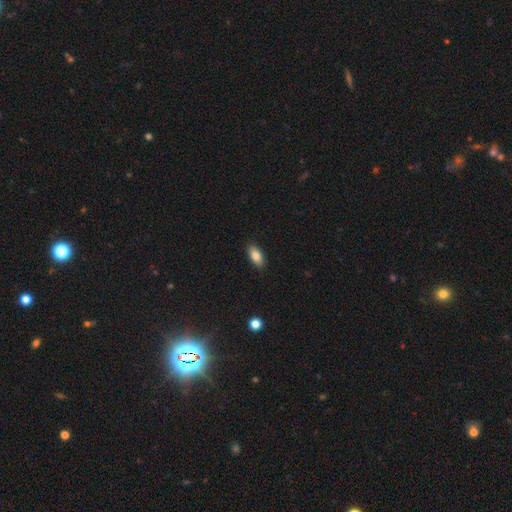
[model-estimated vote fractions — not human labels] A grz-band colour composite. It shows a smooth galaxy with no disk features (82%) that is in between round and cigar-shaped (89%). Merging: none (89%).